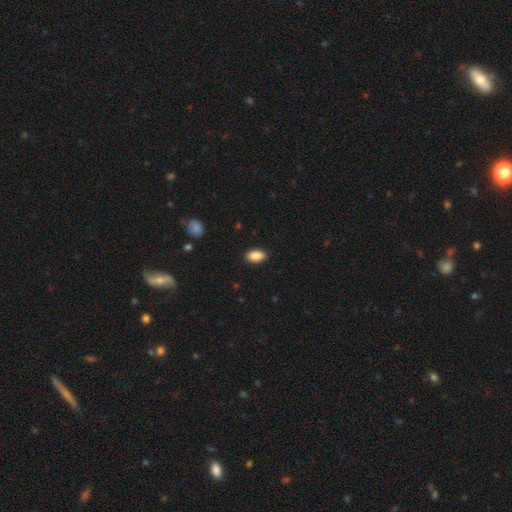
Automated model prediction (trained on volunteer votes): The model was most divided on "smooth or featured": smooth: 88%, star or artifact: 7%, featured or disk: 4%. More confident: how rounded — in between (92%); merging — none (90%).